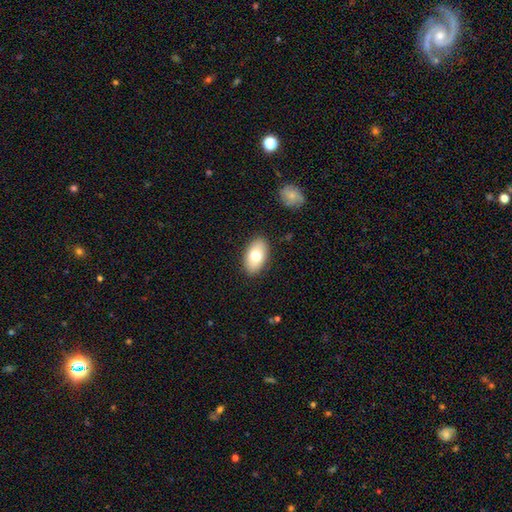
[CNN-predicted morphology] This appears to be a smooth galaxy with no disk features (74%) that is in between round and cigar-shaped (93%). Merging: none (88%).